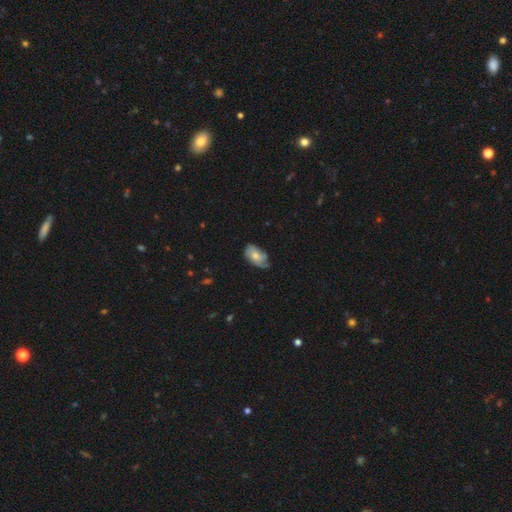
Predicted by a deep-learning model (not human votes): A smooth galaxy with no disk features (49%). Merging: none (54%).